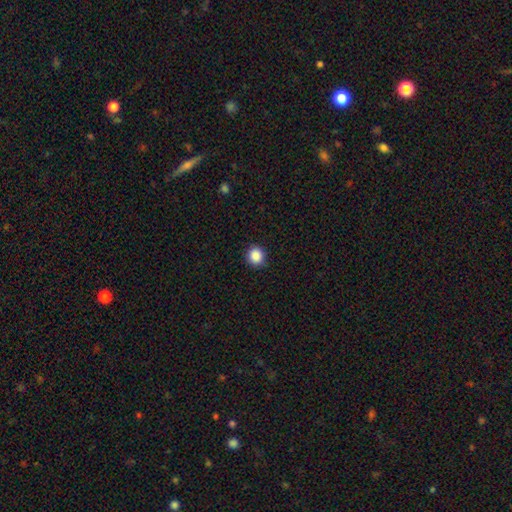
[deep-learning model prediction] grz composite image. It shows a smooth galaxy with no disk features (88%) that is round (89%). Merging: none (89%).